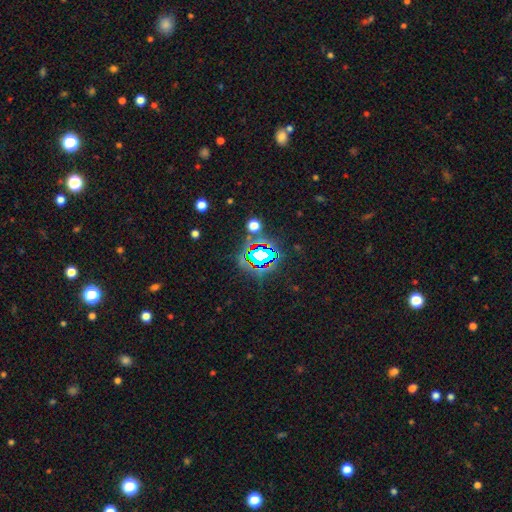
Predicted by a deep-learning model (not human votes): This appears to be a star or artifact, not a galaxy (71%).